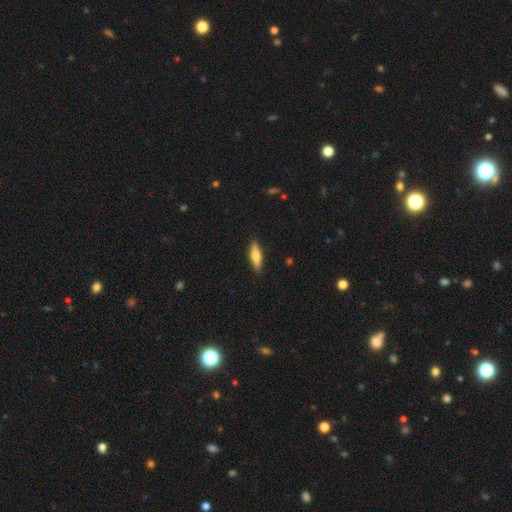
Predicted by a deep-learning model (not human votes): smooth_or_featured: smooth (p=0.65) [alt: featured or disk p=0.29]
how_rounded: cigar-shaped (p=0.56) [alt: in between p=0.42]
merging: none (p=0.89) [alt: minor disturbance p=0.08]